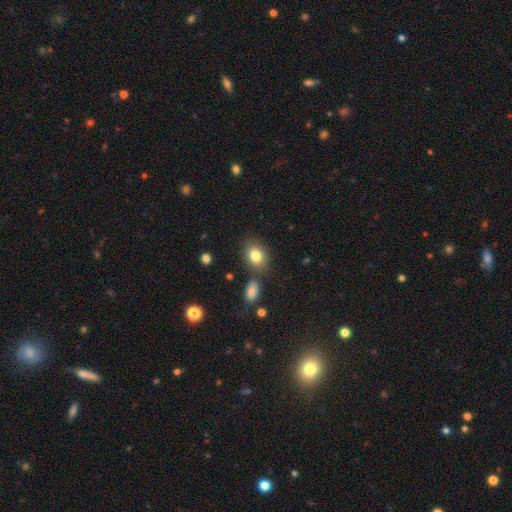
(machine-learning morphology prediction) Overall: smooth (82%). How rounded: in between (65%; round 34%). Merging: none (74%).